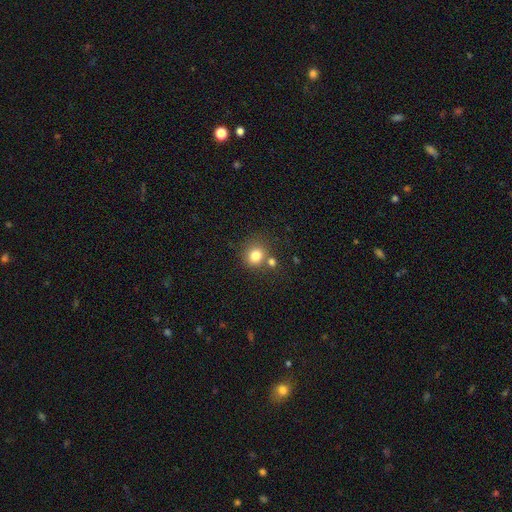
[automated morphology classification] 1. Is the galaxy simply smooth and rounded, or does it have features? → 81% smooth, 12% star or artifact, 7% featured or disk.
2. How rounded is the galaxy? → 83% round, 16% in between, 1% cigar-shaped.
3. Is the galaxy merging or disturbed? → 66% none, 19% merger, 11% minor disturbance, 4% major disturbance.